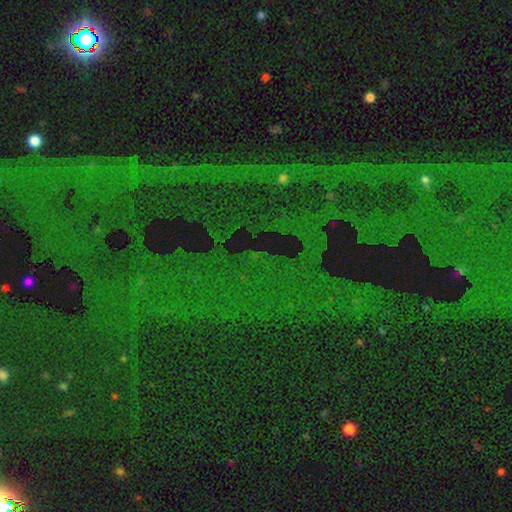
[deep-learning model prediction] Q: Smooth or featured?
A: star or artifact (84%); runner-up: smooth (8%)